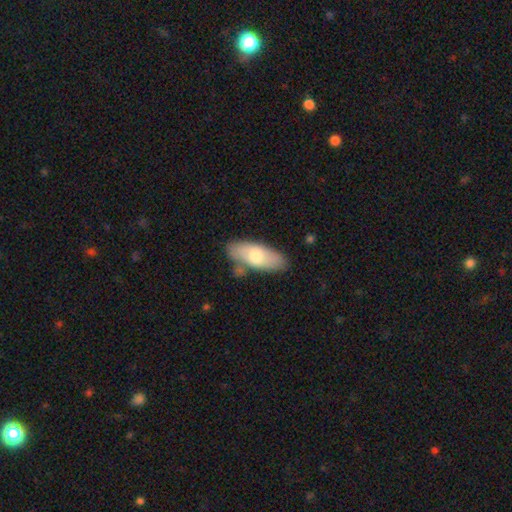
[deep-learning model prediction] A smooth galaxy with no disk features (65%) that is in between round and cigar-shaped (79%). Merging: none (74%).